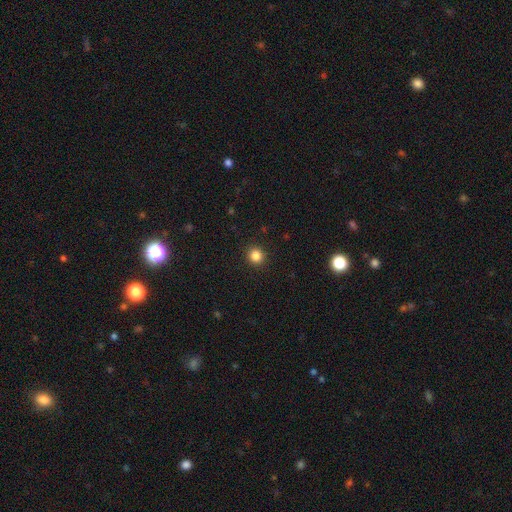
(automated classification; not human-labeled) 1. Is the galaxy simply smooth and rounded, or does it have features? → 84% smooth, 12% star or artifact, 4% featured or disk.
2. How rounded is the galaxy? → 92% round, 7% in between, 1% cigar-shaped.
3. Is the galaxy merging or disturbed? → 92% none, 5% minor disturbance, 2% major disturbance, 1% merger.